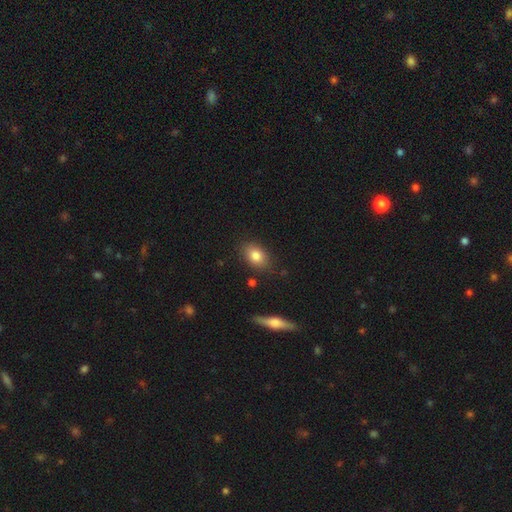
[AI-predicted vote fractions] The model was most divided on "how rounded": in between: 76%, round: 22%, cigar-shaped: 2%. More confident: merging — none (83%); smooth or featured — smooth (82%).